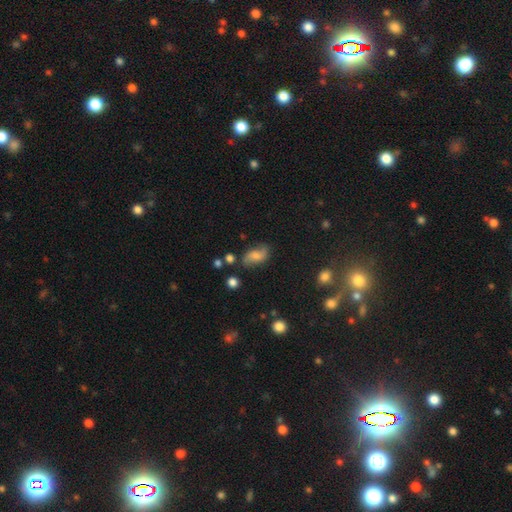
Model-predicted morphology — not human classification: A featured or disk galaxy (48%). Merging: none (70%).